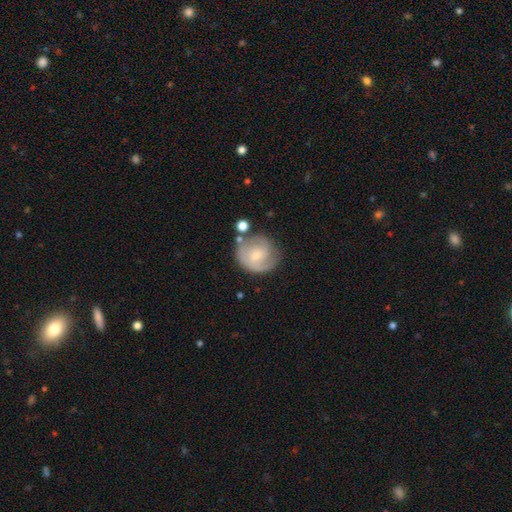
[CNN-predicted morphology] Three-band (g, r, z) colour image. It shows a featured or disk galaxy (59%) with no bar (59%), spiral arms (83%) and a small central bulge (58%). Merging: none (60%).